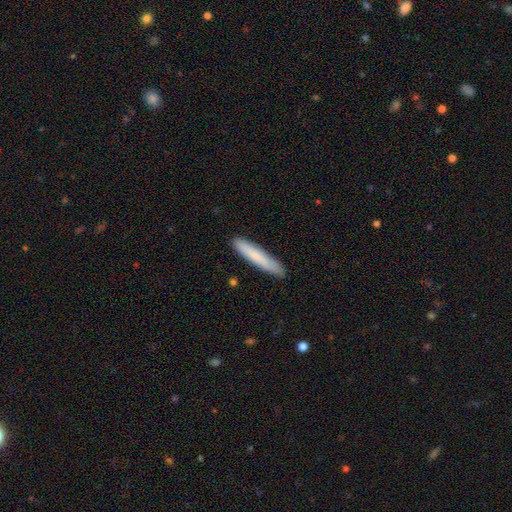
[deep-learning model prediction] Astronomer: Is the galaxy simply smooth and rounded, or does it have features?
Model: smooth — 78%.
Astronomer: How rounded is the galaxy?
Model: cigar-shaped — 92%.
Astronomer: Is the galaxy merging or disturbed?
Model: none — 88%.